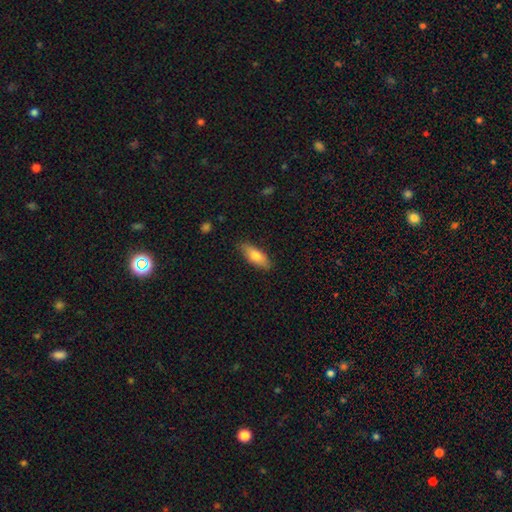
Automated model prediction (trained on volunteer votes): Smooth or featured: smooth — 76% (featured or disk — 18%)
How rounded: in between — 68% (cigar-shaped — 29%)
Merging: none — 86% (minor disturbance — 11%)